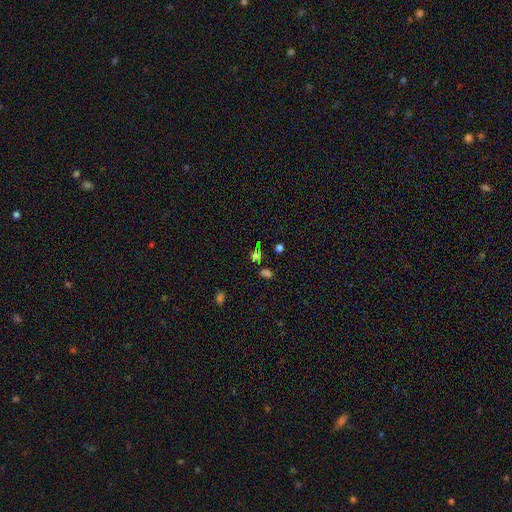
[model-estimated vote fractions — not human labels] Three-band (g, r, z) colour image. It shows a star or artifact, not a galaxy (52%).